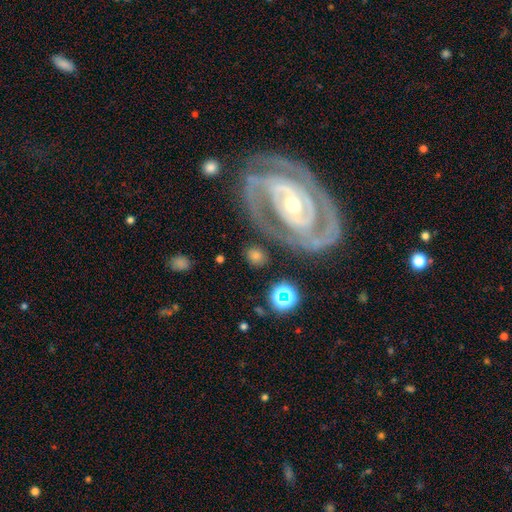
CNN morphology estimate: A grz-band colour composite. It shows a smooth galaxy with no disk features (54%) that is round (54%). Merging: none (76%).